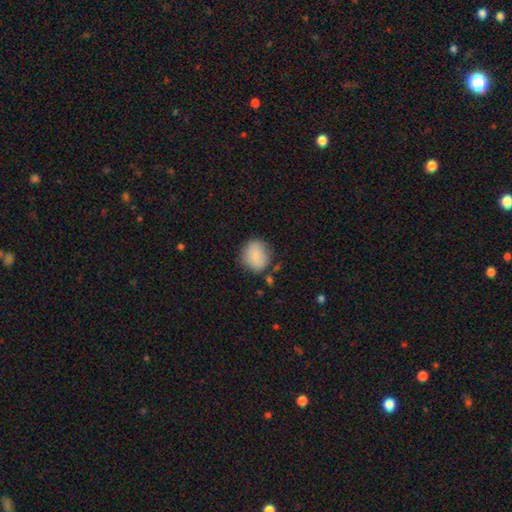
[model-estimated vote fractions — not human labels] smooth 82%, featured or disk 10%, star or artifact 7%. Down the decision tree: how rounded — round (75%); merging — none (75%).